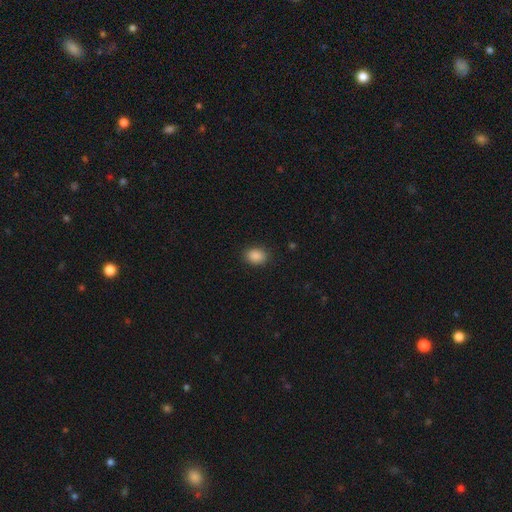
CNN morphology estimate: Q: Smooth or featured?
A: smooth (88%); runner-up: star or artifact (9%)
Q: How rounded?
A: in between (67%); runner-up: round (32%)
Q: Merging?
A: none (87%); runner-up: minor disturbance (9%)